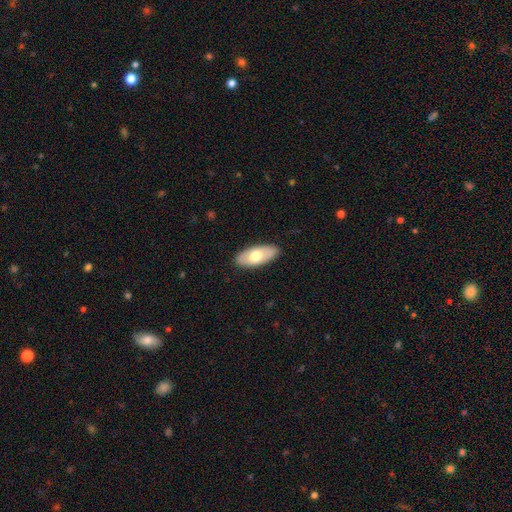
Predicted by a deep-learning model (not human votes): This appears to be a smooth galaxy with no disk features (64%) that is in between round and cigar-shaped (89%). Merging: none (89%).